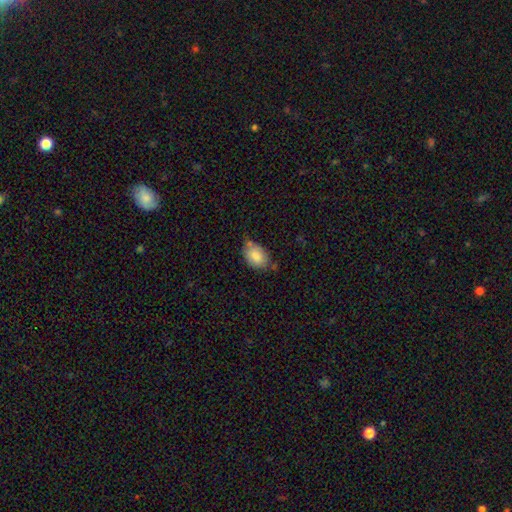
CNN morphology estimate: The model was most divided on "merging": none: 49%, minor disturbance: 37%, major disturbance: 7%, merger: 7%. More confident: how rounded — in between (85%); smooth or featured — smooth (84%).